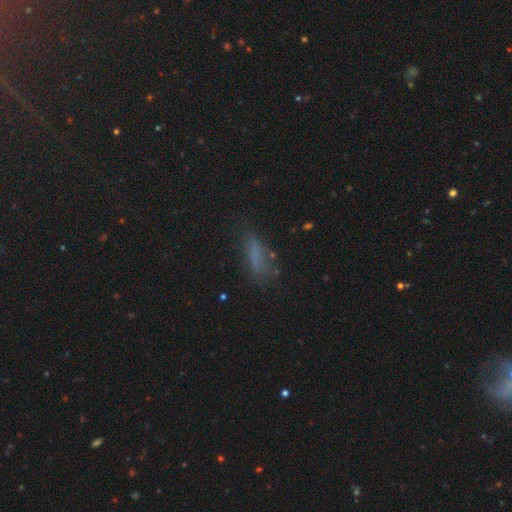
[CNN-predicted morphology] smooth_or_featured: smooth (p=0.66) [alt: featured or disk p=0.17]
how_rounded: in between (p=0.51) [alt: cigar-shaped p=0.46]
merging: none (p=0.61) [alt: minor disturbance p=0.23]